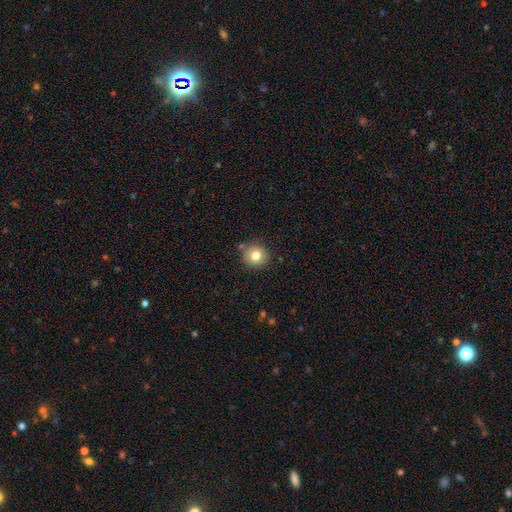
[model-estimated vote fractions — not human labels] The model was most divided on "smooth or featured": smooth: 79%, star or artifact: 11%, featured or disk: 10%. More confident: how rounded — round (91%); merging — none (85%).